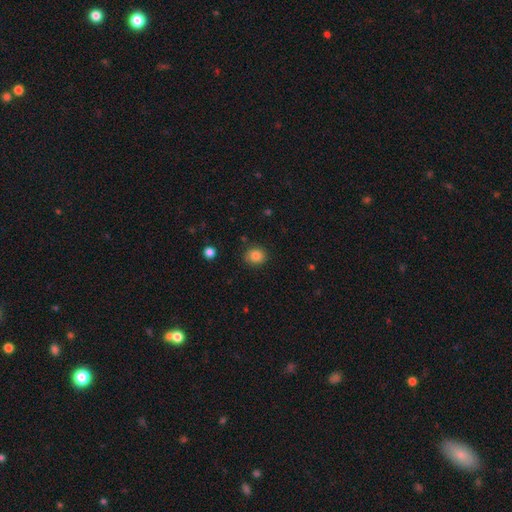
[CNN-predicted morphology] Overall: smooth (85%). How rounded: round (78%). Merging: none (86%).